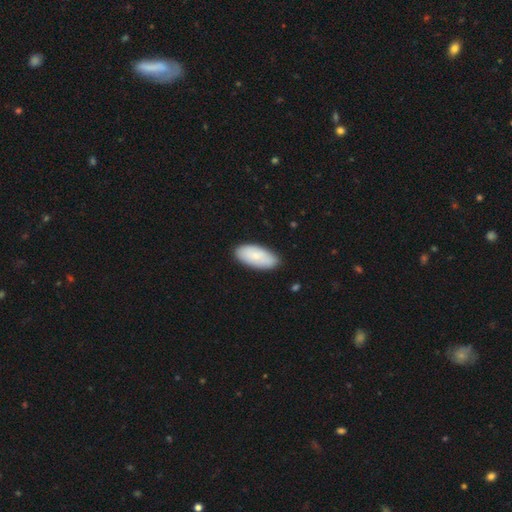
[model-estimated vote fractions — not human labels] The model was most divided on "smooth or featured": smooth: 81%, featured or disk: 14%, star or artifact: 6%. More confident: how rounded — in between (92%); merging — none (84%).